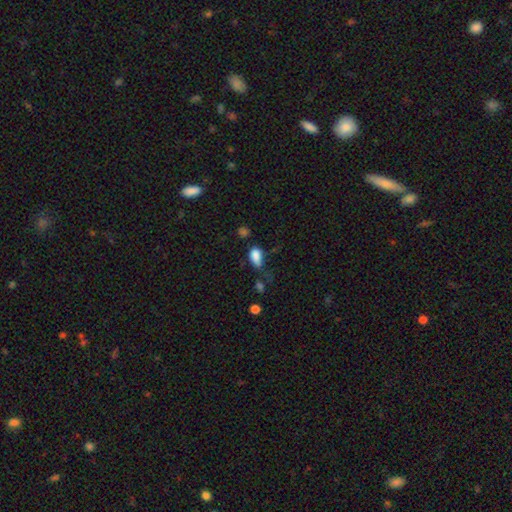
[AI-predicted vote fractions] Smooth or featured? smooth (84%)
How rounded? in between (88%)
Merging? none (37%)